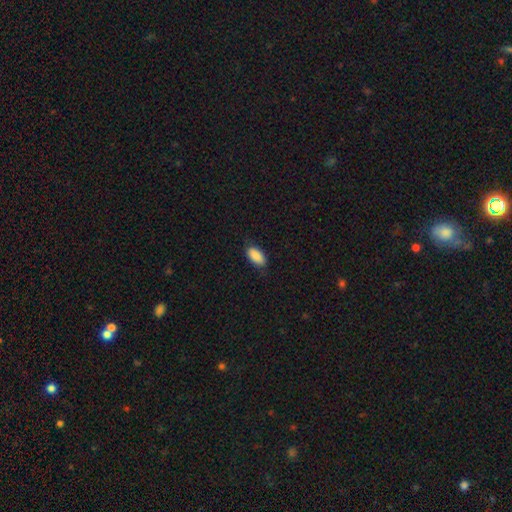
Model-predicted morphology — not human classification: Q: Smooth or featured?
A: smooth (90%); runner-up: star or artifact (7%)
Q: How rounded?
A: in between (92%); runner-up: cigar-shaped (5%)
Q: Merging?
A: none (81%); runner-up: minor disturbance (15%)